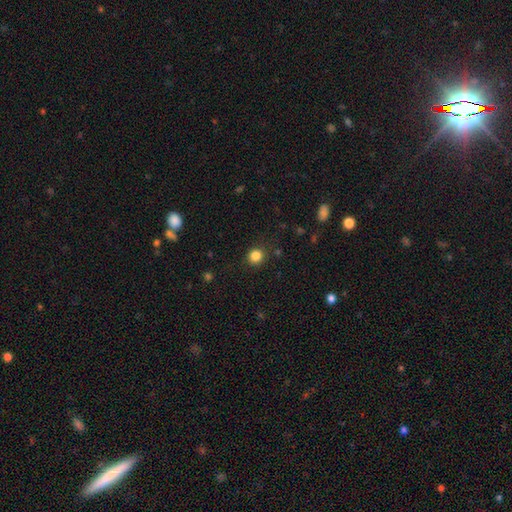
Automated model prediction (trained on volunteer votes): Smooth or featured? Predicted: smooth (p=0.84). How rounded? Predicted: round (p=0.90). Merging? Predicted: none (p=0.88).